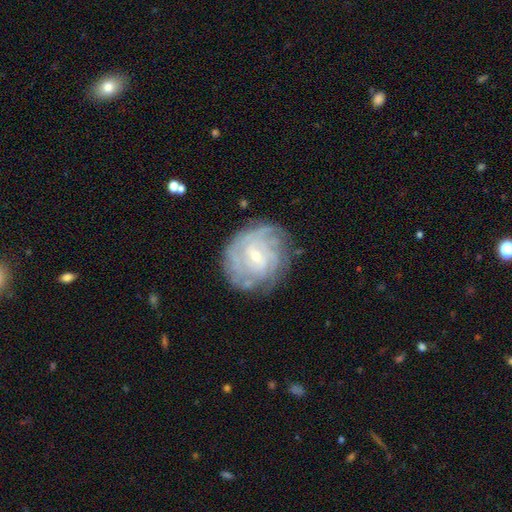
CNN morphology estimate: The model was most divided on "bar": no: 52%, weak: 40%, strong: 8%. Remaining: edge-on disk — no (97%); spiral arms — yes (92%); smooth or featured — featured or disk (81%); merging — none (75%); bulge size — small (74%); spiral winding — tight (74%); spiral arm count — can't tell (44%).